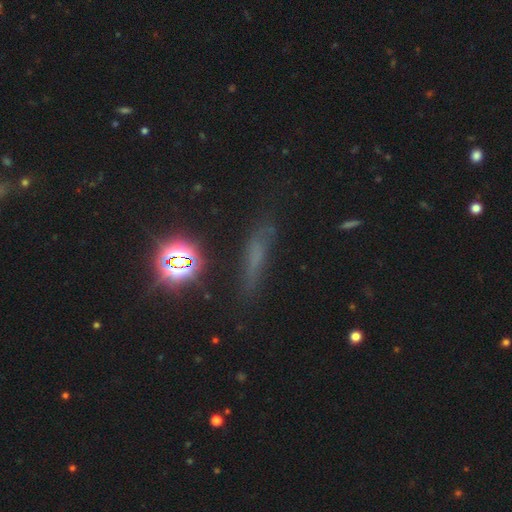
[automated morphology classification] This appears to be a smooth galaxy with no disk features (40%). Merging: none (70%).